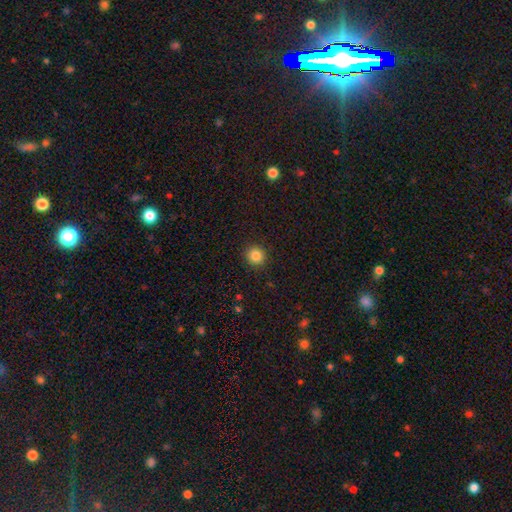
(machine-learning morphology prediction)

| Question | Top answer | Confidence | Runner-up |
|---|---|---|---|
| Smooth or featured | smooth | 85% | star or artifact (11%) |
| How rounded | round | 92% | in between (7%) |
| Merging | none | 92% | minor disturbance (5%) |